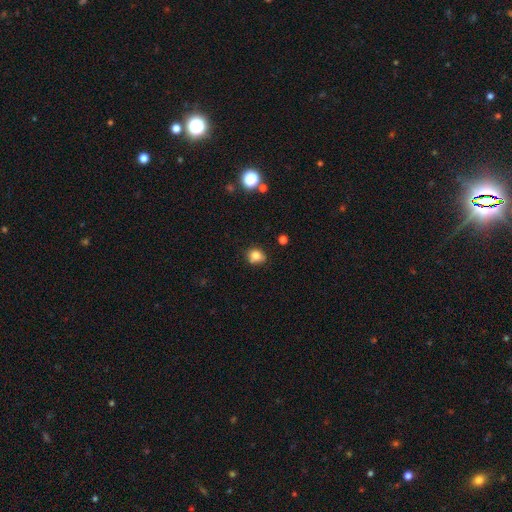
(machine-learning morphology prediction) This is clearly a smooth galaxy (80%). How rounded: likely round (65%). Merging: likely none (70%).